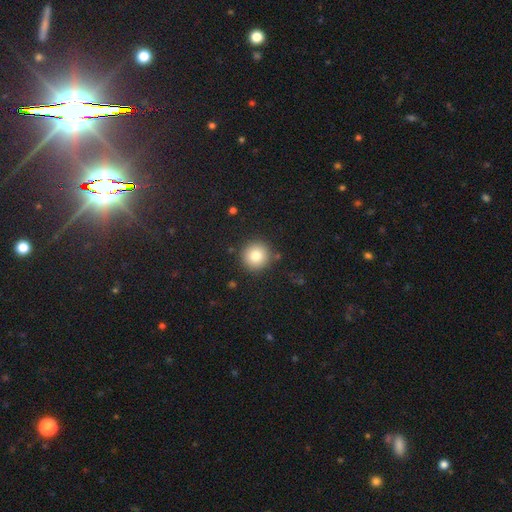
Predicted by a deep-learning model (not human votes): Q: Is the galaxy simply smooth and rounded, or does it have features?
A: smooth — 81%.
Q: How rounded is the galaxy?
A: round — 95%.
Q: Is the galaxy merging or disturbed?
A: none — 89%.